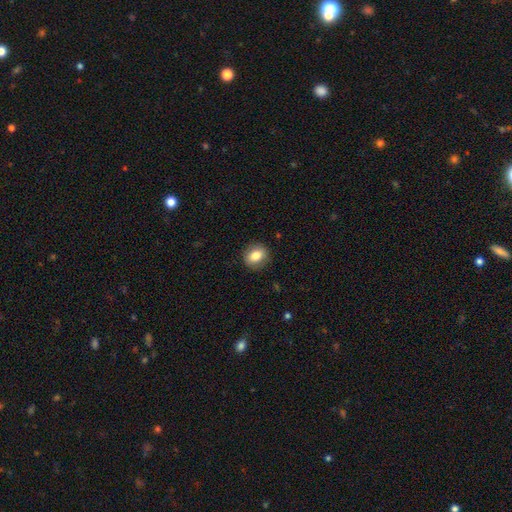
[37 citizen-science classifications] Q: Smooth or featured?
A: smooth (81%); runner-up: featured or disk (16%)
Q: How rounded?
A: round (57%); runner-up: in between (43%)
Q: Merging?
A: none (86%); runner-up: minor disturbance (8%)